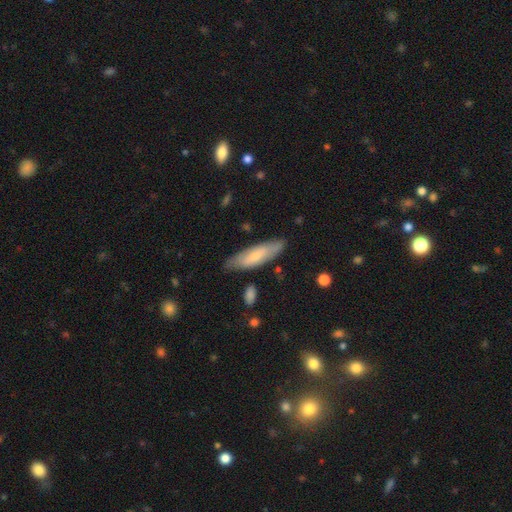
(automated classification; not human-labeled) Smooth or featured?
  - smooth: 58% *
  - featured or disk: 36%
  - star or artifact: 6%
How rounded?
  - cigar-shaped: 56% *
  - in between: 43%
  - round: 2%
Merging?
  - none: 76% *
  - minor disturbance: 18%
  - major disturbance: 4%
  - merger: 2%